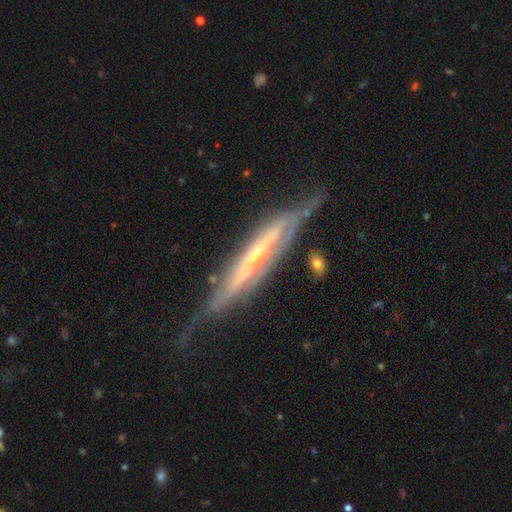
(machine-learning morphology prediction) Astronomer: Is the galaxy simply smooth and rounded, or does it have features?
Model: featured or disk — 84%.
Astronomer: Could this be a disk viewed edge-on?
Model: yes — 67%.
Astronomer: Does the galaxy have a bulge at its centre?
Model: rounded — 56% (runner-up: none, 36%).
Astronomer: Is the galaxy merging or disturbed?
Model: none — 56%.